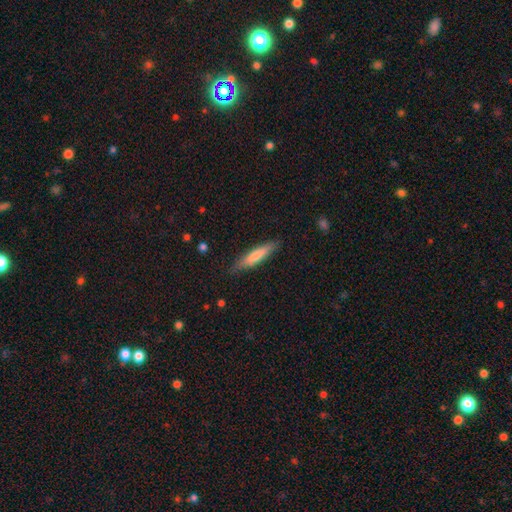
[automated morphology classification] A smooth galaxy with no disk features (68%) that is cigar-shaped (87%).

Vote fractions:
- Smooth or featured? smooth: 68% / featured or disk: 26% / star or artifact: 6%
- How rounded? cigar-shaped: 87% / in between: 12% / round: 1%
- Merging? none: 84% / minor disturbance: 12% / major disturbance: 2% / merger: 1%